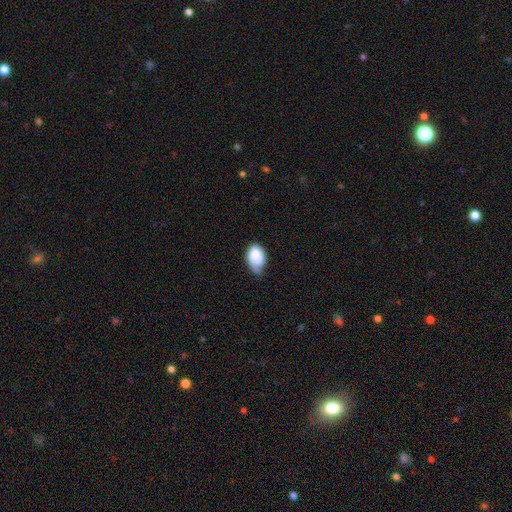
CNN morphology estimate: Smooth or featured? smooth (79%)
How rounded? in between (86%)
Merging? minor disturbance (48%)